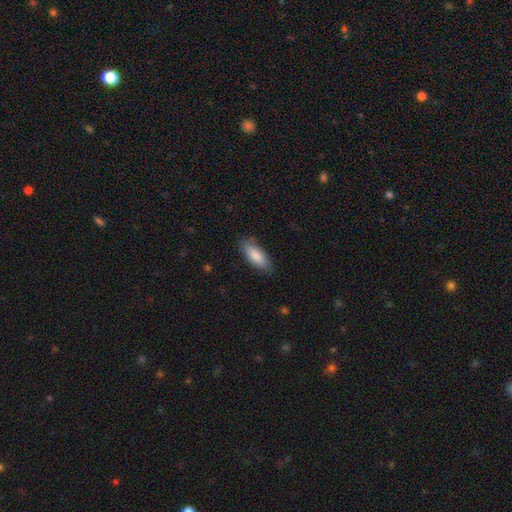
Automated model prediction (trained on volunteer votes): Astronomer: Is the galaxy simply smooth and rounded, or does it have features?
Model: smooth — 86%.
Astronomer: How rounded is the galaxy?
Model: in between — 70%.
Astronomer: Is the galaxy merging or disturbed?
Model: none — 84%.